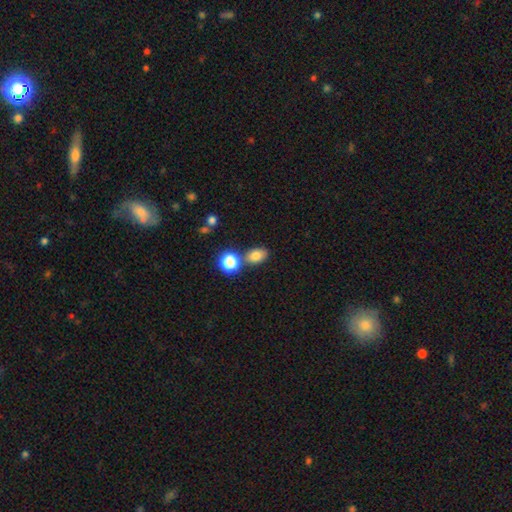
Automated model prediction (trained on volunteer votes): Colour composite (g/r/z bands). It shows a smooth galaxy with no disk features (78%) that is in between round and cigar-shaped (73%). Merging: none (66%).